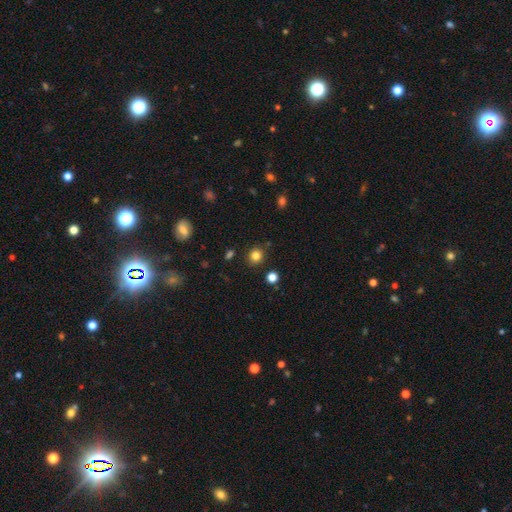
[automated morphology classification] This appears to be a smooth galaxy with no disk features (82%) that is round (86%). Merging: none (86%).